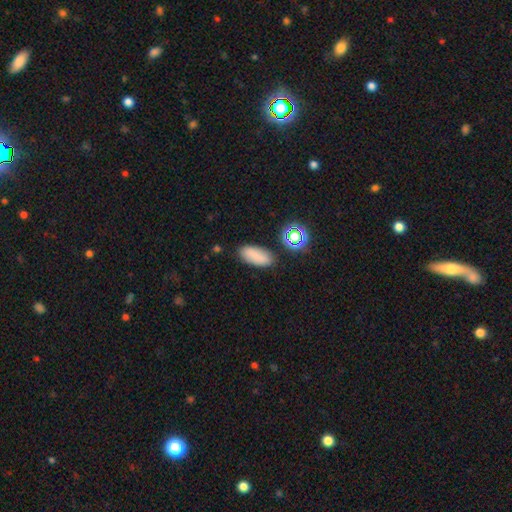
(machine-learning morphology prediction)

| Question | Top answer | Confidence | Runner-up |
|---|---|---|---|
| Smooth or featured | smooth | 81% | star or artifact (12%) |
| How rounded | in between | 86% | cigar-shaped (10%) |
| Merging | none | 83% | minor disturbance (11%) |